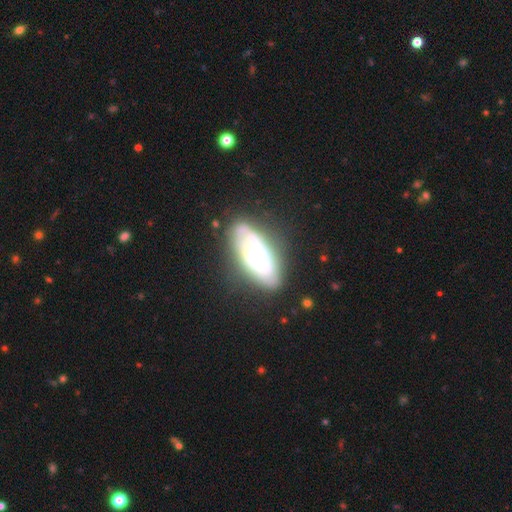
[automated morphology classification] featured or disk 55%, smooth 37%, star or artifact 8%. Down the decision tree: edge-on disk — no (74%); merging — none (64%).